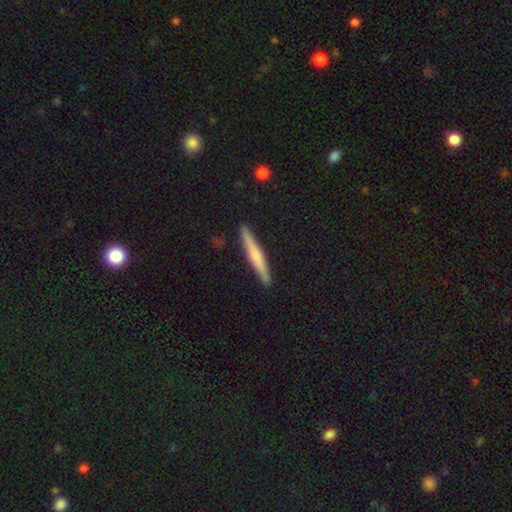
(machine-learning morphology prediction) This is possibly a smooth galaxy (50%). Merging: clearly none (90%).